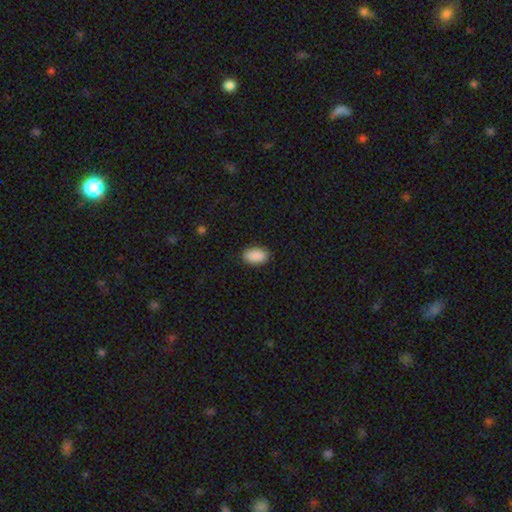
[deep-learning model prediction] smooth 91%, star or artifact 7%, featured or disk 2%. Down the decision tree: how rounded — in between (93%); merging — none (88%).